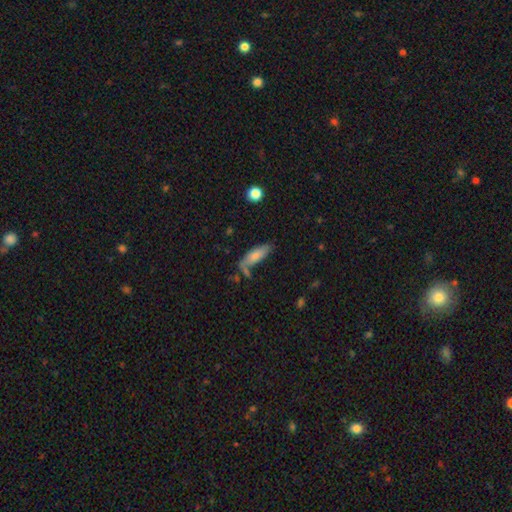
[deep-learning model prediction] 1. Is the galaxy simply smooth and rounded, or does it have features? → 70% smooth, 23% featured or disk, 7% star or artifact.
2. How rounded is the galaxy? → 61% in between, 36% cigar-shaped, 2% round.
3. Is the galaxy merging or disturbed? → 53% none, 24% minor disturbance, 12% merger, 10% major disturbance.